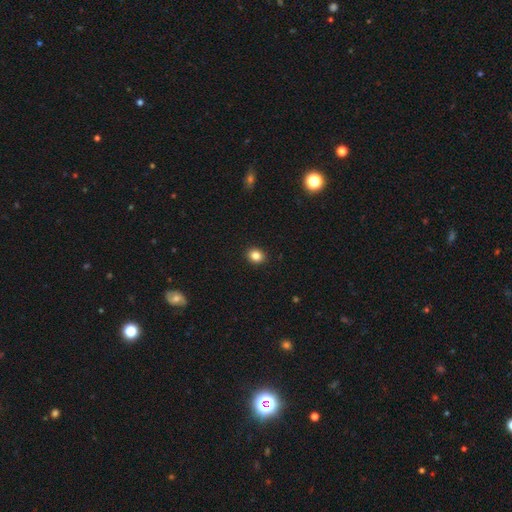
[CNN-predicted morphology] A smooth galaxy with no disk features (84%) that is round (65%).

Vote fractions:
- Smooth or featured? smooth: 84% / star or artifact: 11% / featured or disk: 5%
- How rounded? round: 65% / in between: 35% / cigar-shaped: 1%
- Merging? none: 92% / minor disturbance: 5% / major disturbance: 2% / merger: 1%